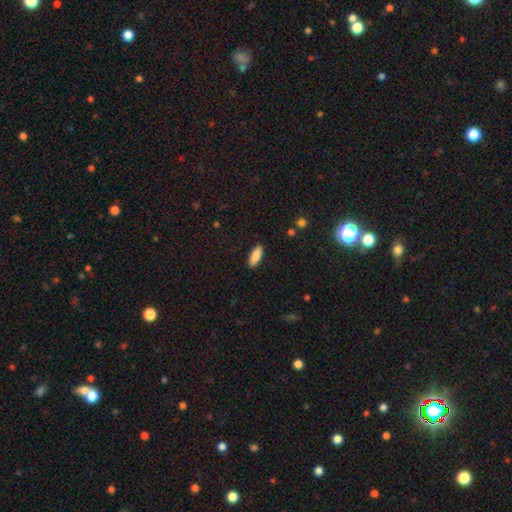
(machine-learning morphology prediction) A smooth galaxy with no disk features (88%) that is in between round and cigar-shaped (74%). Merging: none (89%).